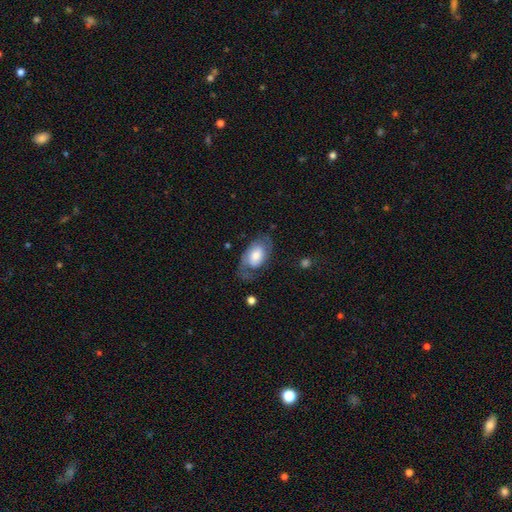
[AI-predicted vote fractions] Q: Smooth or featured?
A: featured or disk (52%); runner-up: smooth (42%)
Q: Edge-on disk?
A: no (94%); runner-up: yes (6%)
Q: Merging?
A: none (55%); runner-up: minor disturbance (24%)